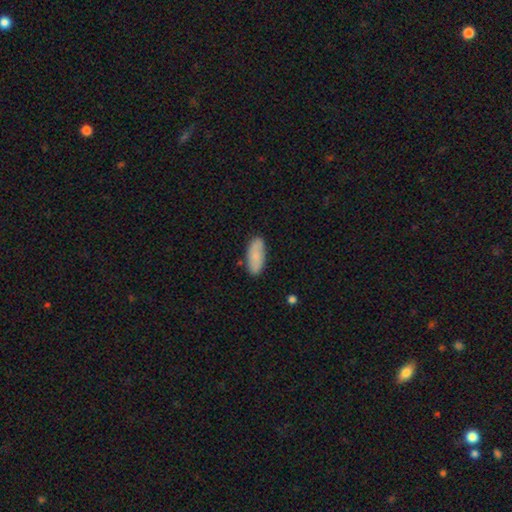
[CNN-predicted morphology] Smooth or featured? smooth (80%)
How rounded? in between (82%)
Merging? none (85%)